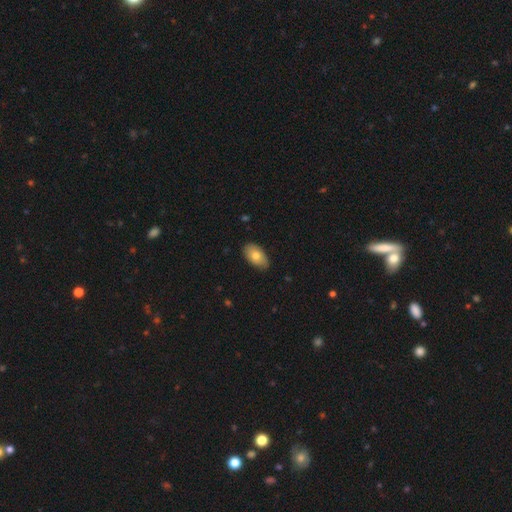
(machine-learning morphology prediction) A smooth galaxy with no disk features (75%) that is in between round and cigar-shaped (93%).

Vote fractions:
- Smooth or featured? smooth: 75% / featured or disk: 19% / star or artifact: 7%
- How rounded? in between: 93% / round: 5% / cigar-shaped: 2%
- Merging? none: 82% / minor disturbance: 15% / major disturbance: 2% / merger: 1%